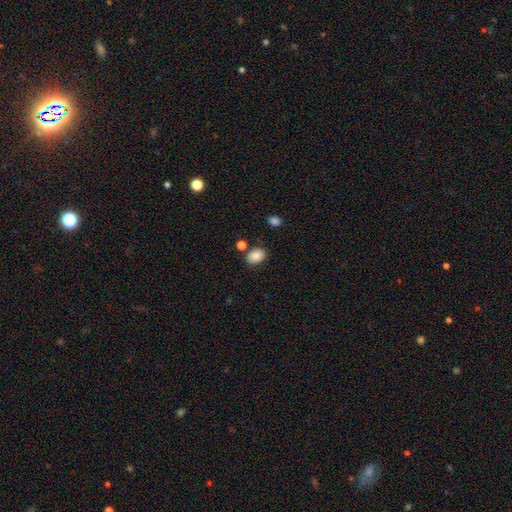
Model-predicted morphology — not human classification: Smooth or featured? smooth (84%)
How rounded? in between (75%)
Merging? none (79%)